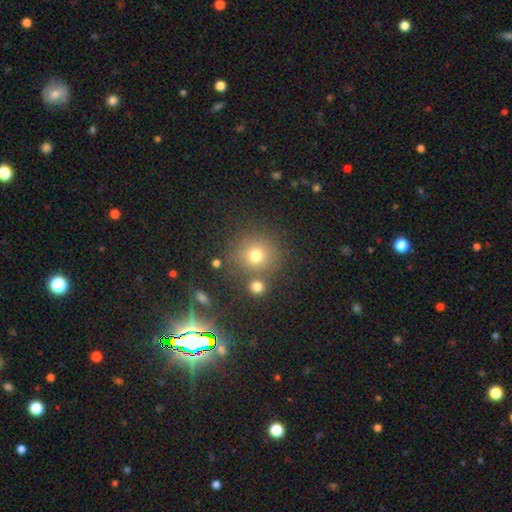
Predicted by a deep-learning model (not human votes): Smooth or featured?
  - smooth: 68% *
  - star or artifact: 23%
  - featured or disk: 10%
How rounded?
  - round: 92% *
  - in between: 7%
  - cigar-shaped: 1%
Merging?
  - none: 76% *
  - merger: 11%
  - minor disturbance: 9%
  - major disturbance: 4%